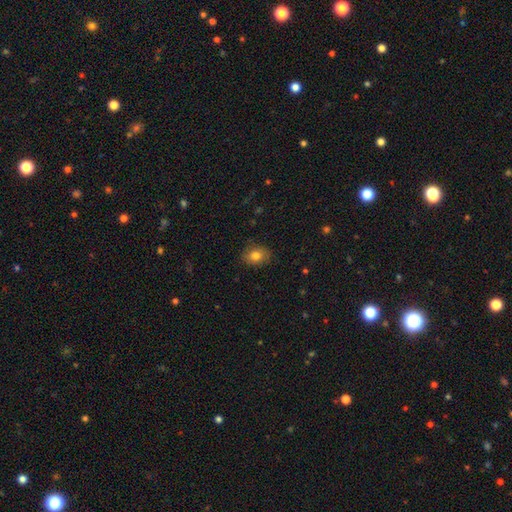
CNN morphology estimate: This appears to be a smooth galaxy with no disk features (80%) that is in between round and cigar-shaped (58%). Merging: none (85%).